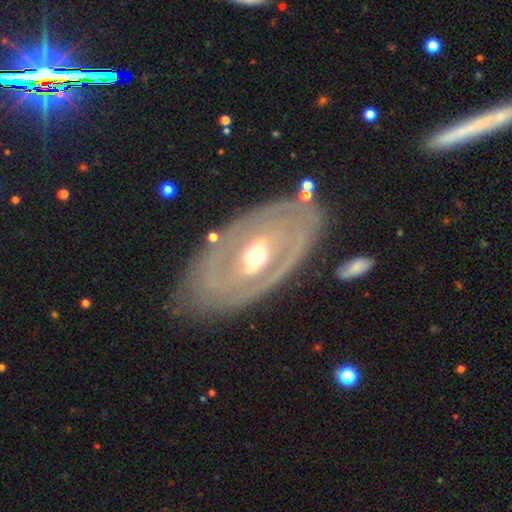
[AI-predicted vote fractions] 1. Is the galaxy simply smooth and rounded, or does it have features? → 79% featured or disk, 16% smooth, 5% star or artifact.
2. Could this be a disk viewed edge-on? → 90% no, 10% yes.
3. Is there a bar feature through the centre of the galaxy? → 37% weak, 33% no, 30% strong.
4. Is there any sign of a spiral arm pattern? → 53% yes, 47% no.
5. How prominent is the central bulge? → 73% moderate, 14% small, 10% large, 1% dominant, 1% none.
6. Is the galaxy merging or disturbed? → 76% none, 14% minor disturbance, 6% major disturbance, 3% merger.